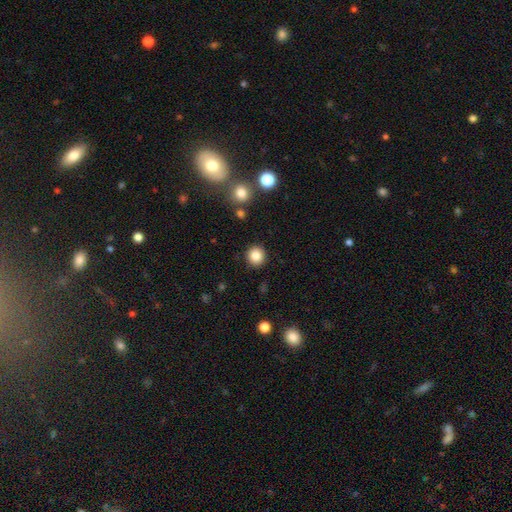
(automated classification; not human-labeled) smooth-or-featured: smooth: 85% | star or artifact: 10% | featured or disk: 5%
  how-rounded: round: 92% | in between: 7% | cigar-shaped: 1%
  merging: none: 91% | minor disturbance: 6% | major disturbance: 2% | merger: 2%